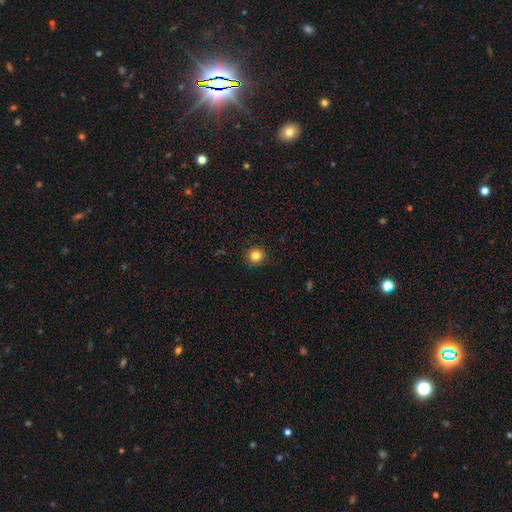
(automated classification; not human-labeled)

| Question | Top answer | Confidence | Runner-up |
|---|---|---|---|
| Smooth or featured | smooth | 83% | star or artifact (12%) |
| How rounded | round | 94% | in between (5%) |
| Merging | none | 91% | minor disturbance (6%) |